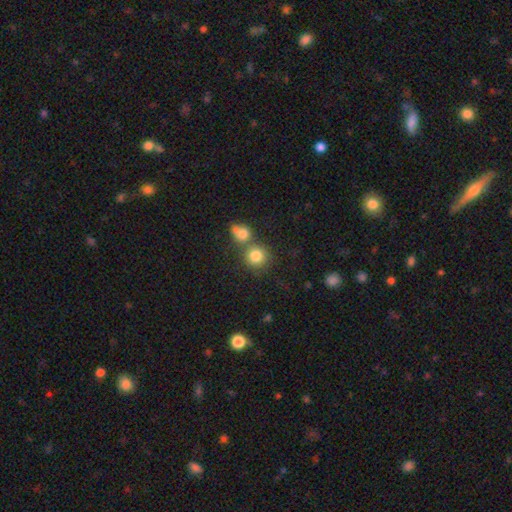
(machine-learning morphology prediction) A smooth galaxy with no disk features (81%) that is round (88%).

Vote fractions:
- Smooth or featured? smooth: 81% / star or artifact: 10% / featured or disk: 9%
- How rounded? round: 88% / in between: 11% / cigar-shaped: 1%
- Merging? none: 54% / merger: 33% / minor disturbance: 9% / major disturbance: 4%